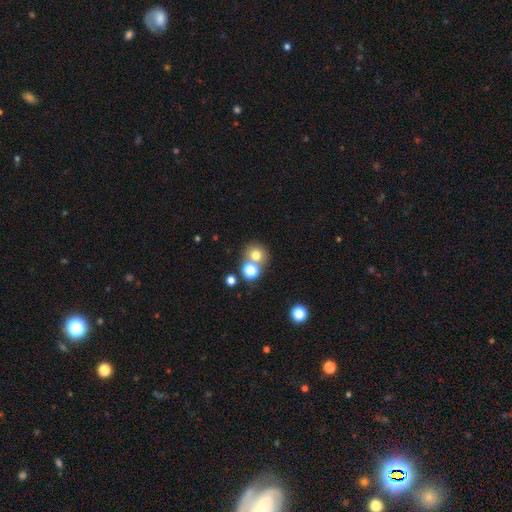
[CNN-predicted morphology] Smooth or featured: smooth — 73% (star or artifact — 16%)
How rounded: round — 85% (in between — 14%)
Merging: none — 56% (merger — 32%)